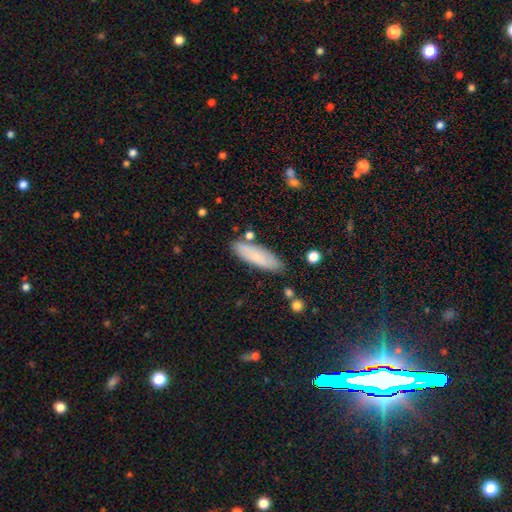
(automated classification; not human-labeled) This appears to be a smooth galaxy with no disk features (79%) that is cigar-shaped (53%). Merging: none (82%).